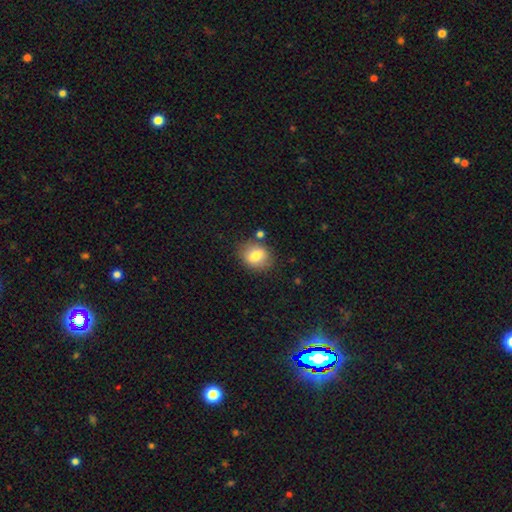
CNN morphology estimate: This is likely a smooth galaxy (78%). How rounded: possibly round (60%). Merging: clearly none (80%).